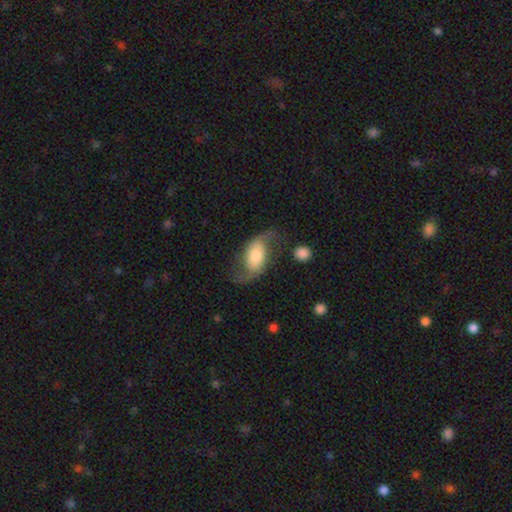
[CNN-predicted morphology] This appears to be a featured or disk galaxy (74%) with no bar (48%), 2 (93%) loose (76%) spiral arms (93%) and a moderate central bulge (35%). Merging: none (65%).